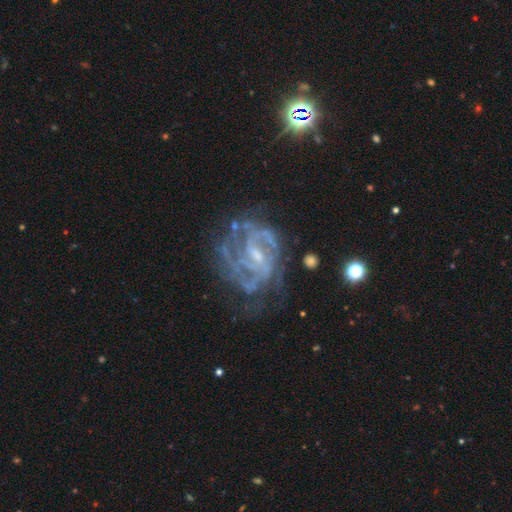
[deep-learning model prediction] This is clearly a featured or disk galaxy (88%). It is clearly not viewed edge-on (98%). Bar: possibly weak (53%). Spiral arm pattern: clearly yes (95%). Spiral arm count: marginally 2 (33%). Spiral winding: possibly tight (50%). Central bulge: possibly small (59%). Merging: possibly none (59%).